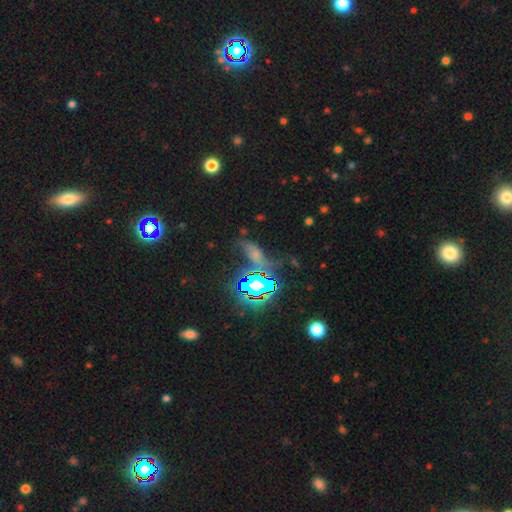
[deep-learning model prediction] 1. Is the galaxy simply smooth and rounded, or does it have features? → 44% star or artifact, 34% smooth, 22% featured or disk.